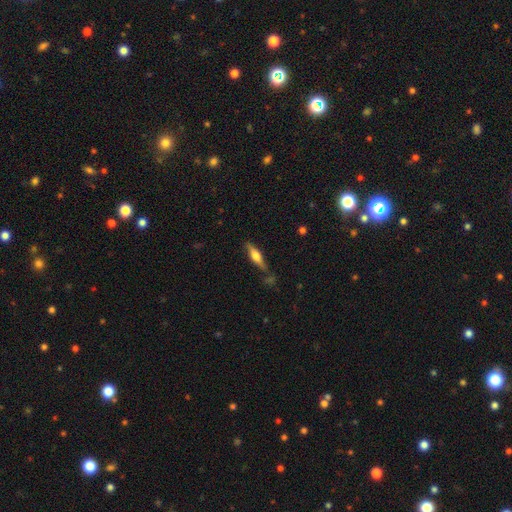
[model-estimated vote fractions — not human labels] smooth_or_featured: featured or disk (p=0.48) [alt: smooth p=0.46]
merging: none (p=0.74) [alt: minor disturbance p=0.16]